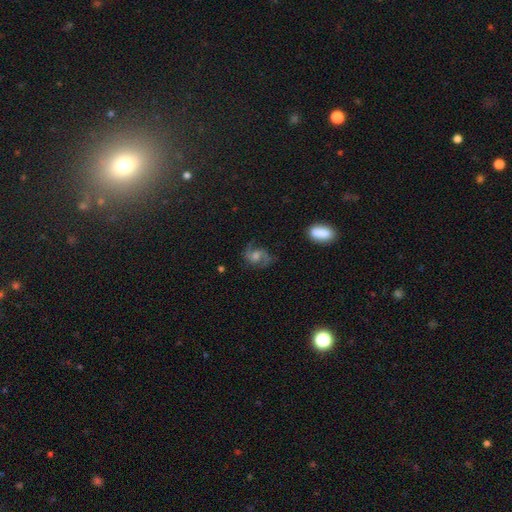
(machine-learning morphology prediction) Overall: featured or disk (76%). Edge-on disk: no (97%). Bar: no (56%; weak 36%). Spiral arms: yes (95%). Spiral arm count: 2 (89%). Spiral winding: medium (54%; loose 27%). Bulge size: moderate (51%; small 23%). Merging: none (75%).